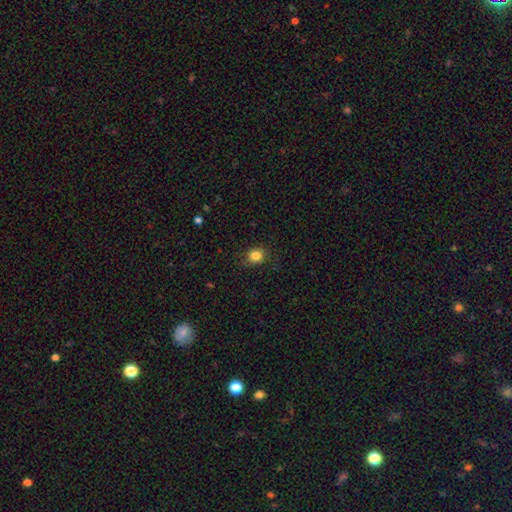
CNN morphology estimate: A smooth galaxy with no disk features (84%) that is round (75%).

Vote fractions:
- Smooth or featured? smooth: 84% / star or artifact: 11% / featured or disk: 5%
- How rounded? round: 75% / in between: 24% / cigar-shaped: 1%
- Merging? none: 83% / minor disturbance: 13% / major disturbance: 4% / merger: 1%